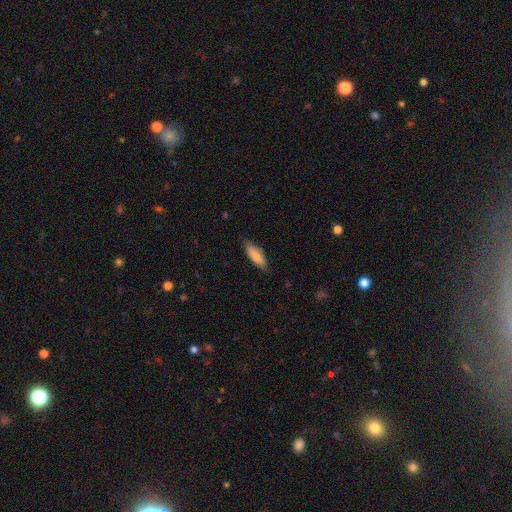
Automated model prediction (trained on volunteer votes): Smooth or featured? smooth (83%)
How rounded? in between (53%)
Merging? none (81%)